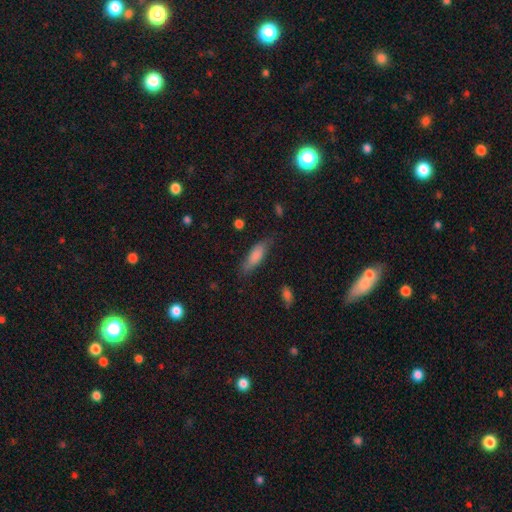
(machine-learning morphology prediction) A smooth galaxy with no disk features (79%) that is in between round and cigar-shaped (55%).

Vote fractions:
- Smooth or featured? smooth: 79% / featured or disk: 14% / star or artifact: 7%
- How rounded? in between: 55% / cigar-shaped: 43% / round: 2%
- Merging? none: 72% / minor disturbance: 21% / major disturbance: 6% / merger: 2%